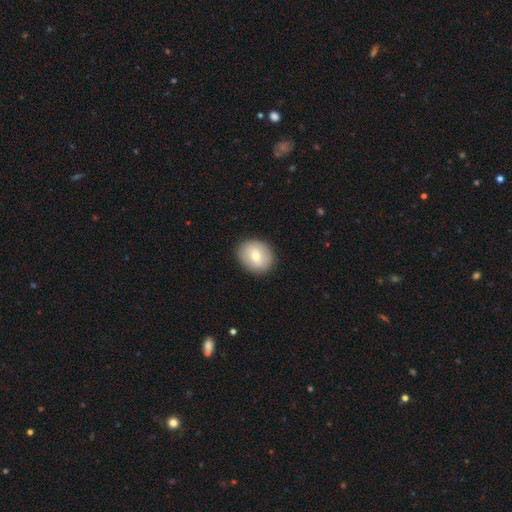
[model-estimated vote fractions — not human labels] This is likely a smooth galaxy (69%). How rounded: likely round (70%). Merging: clearly none (89%).